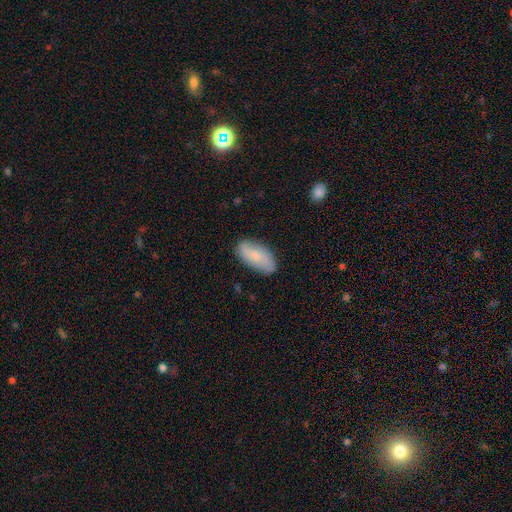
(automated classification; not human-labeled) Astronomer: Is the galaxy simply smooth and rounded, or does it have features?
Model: smooth — 72%.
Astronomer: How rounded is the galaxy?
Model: in between — 90%.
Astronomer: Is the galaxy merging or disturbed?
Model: none — 81%.